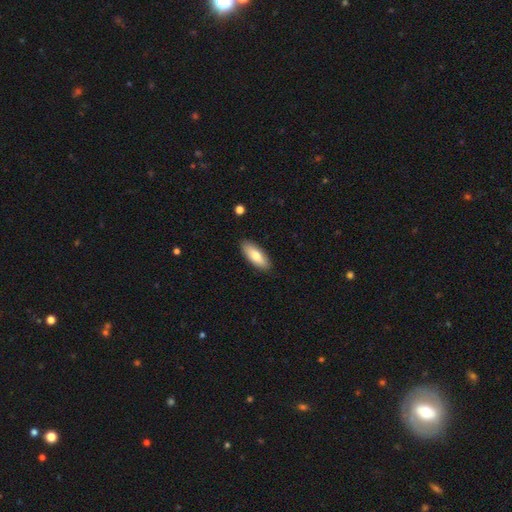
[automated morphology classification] A smooth galaxy with no disk features (74%) that is in between round and cigar-shaped (74%). Merging: none (89%).